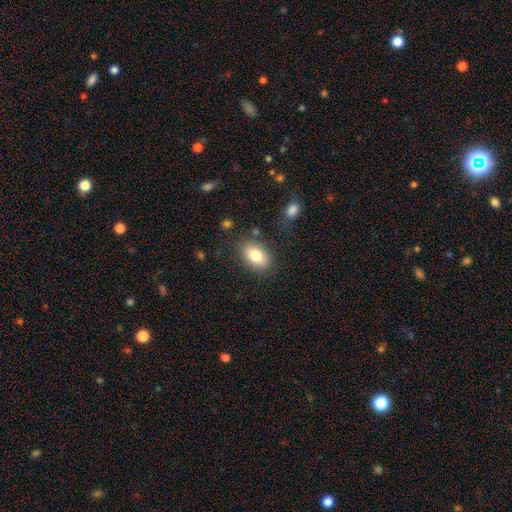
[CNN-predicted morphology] A smooth galaxy with no disk features (80%) that is in between round and cigar-shaped (88%).

Vote fractions:
- Smooth or featured? smooth: 80% / featured or disk: 13% / star or artifact: 8%
- How rounded? in between: 88% / round: 10% / cigar-shaped: 2%
- Merging? none: 81% / minor disturbance: 12% / major disturbance: 4% / merger: 3%